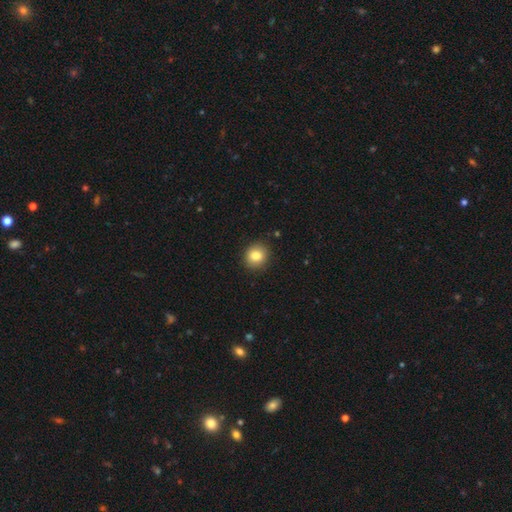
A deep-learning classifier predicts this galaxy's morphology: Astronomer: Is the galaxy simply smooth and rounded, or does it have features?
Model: smooth — 84%.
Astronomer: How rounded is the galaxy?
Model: round — 82%.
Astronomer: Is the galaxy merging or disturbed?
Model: none — 90%.